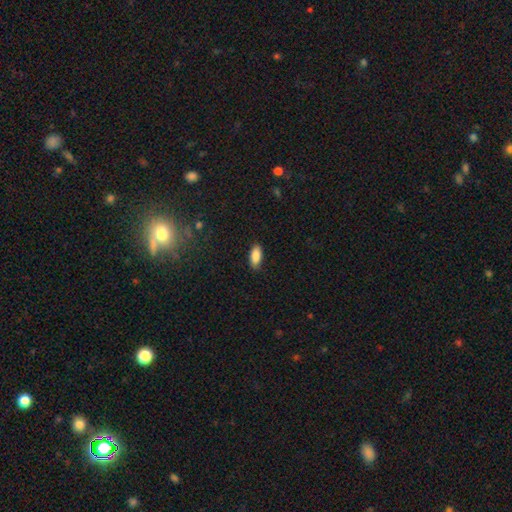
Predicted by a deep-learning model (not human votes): Overall: smooth (87%). How rounded: in between (87%). Merging: none (84%).